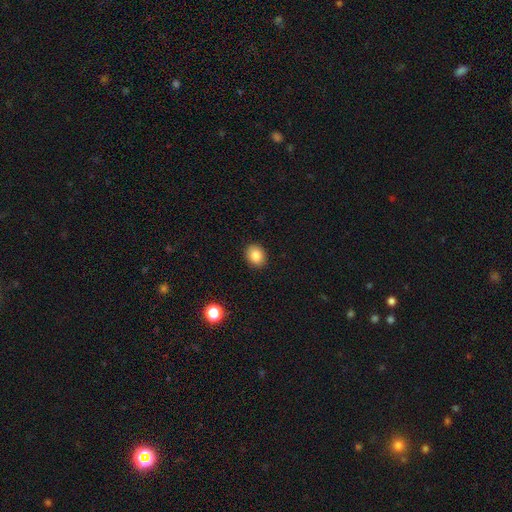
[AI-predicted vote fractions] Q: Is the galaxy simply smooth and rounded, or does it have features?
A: smooth — 83%.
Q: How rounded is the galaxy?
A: round — 62%.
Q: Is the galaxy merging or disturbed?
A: none — 91%.